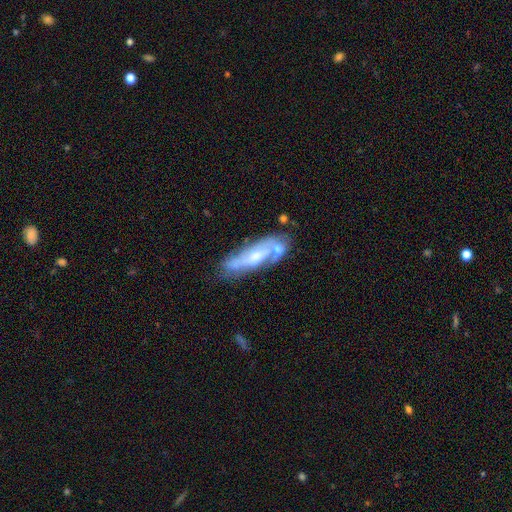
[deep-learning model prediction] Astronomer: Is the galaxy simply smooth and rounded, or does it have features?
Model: featured or disk — 69%.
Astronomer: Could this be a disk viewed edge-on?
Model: no — 76%.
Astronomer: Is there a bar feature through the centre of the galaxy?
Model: no — 56% (runner-up: weak, 33%).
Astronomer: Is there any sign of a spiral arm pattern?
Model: yes — 77%.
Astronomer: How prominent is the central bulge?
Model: moderate — 46% (runner-up: small, 41%).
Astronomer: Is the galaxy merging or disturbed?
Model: none — 51%.